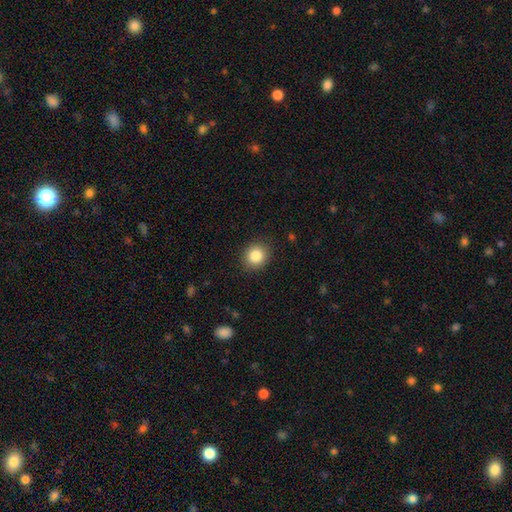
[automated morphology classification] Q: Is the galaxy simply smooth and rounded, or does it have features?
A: smooth — 85%.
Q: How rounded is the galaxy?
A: round — 79%.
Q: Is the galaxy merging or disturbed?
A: none — 89%.